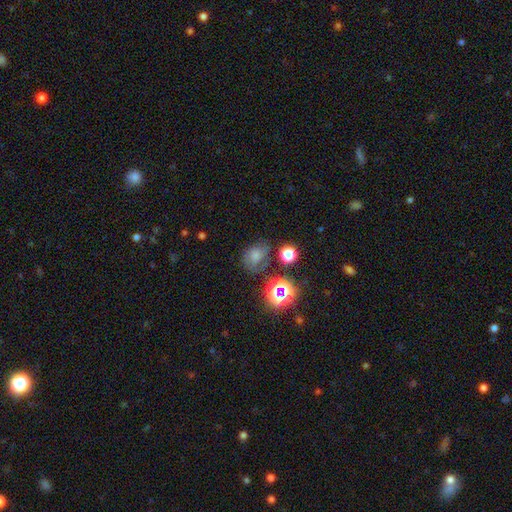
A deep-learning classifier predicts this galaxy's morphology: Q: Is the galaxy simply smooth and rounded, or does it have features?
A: smooth — 49%.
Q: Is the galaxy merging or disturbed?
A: none — 52%.